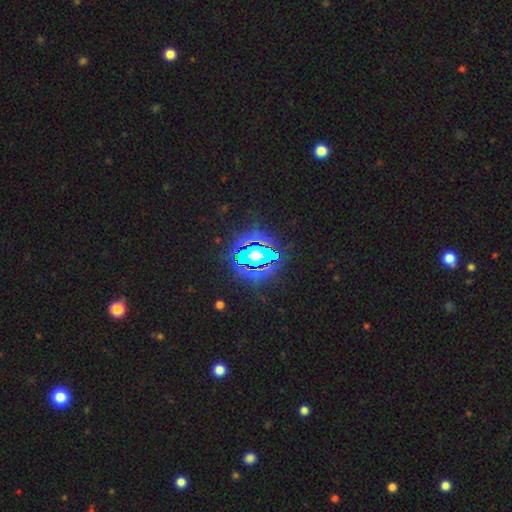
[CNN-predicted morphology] smooth_or_featured: star or artifact (p=0.61) [alt: smooth p=0.22]